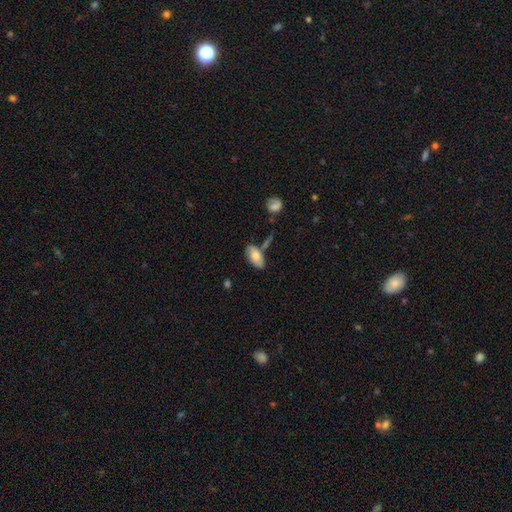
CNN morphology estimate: A smooth galaxy with no disk features (75%) that is in between round and cigar-shaped (92%). Merging: none (63%).